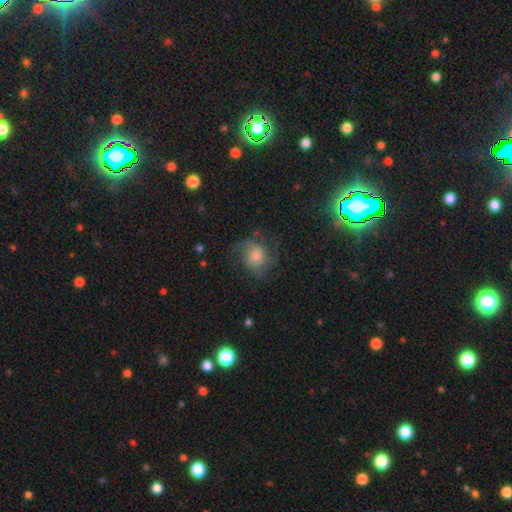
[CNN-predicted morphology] A featured or disk galaxy (52%) with no bar (72%), spiral arms (89%) and a moderate central bulge (38%).

Vote fractions:
- Smooth or featured? featured or disk: 52% / smooth: 33% / star or artifact: 15%
- Edge-on disk? no: 97% / yes: 3%
- Bar? no: 72% / weak: 24% / strong: 4%
- Spiral arms? yes: 89% / no: 11%
- Bulge size? moderate: 38% / large: 26% / small: 20% / none: 11% / dominant: 5%
- Merging? none: 64% / minor disturbance: 19% / major disturbance: 16% / merger: 2%